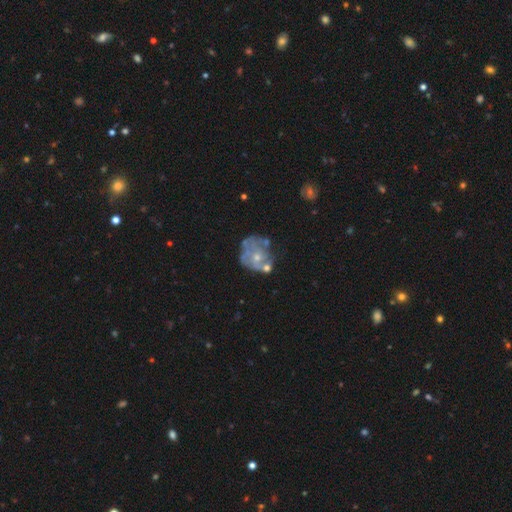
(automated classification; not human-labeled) A featured or disk galaxy (64%) with no bar (87%), no spiral arms (65%) and a small central bulge (57%). Merging: none (40%).